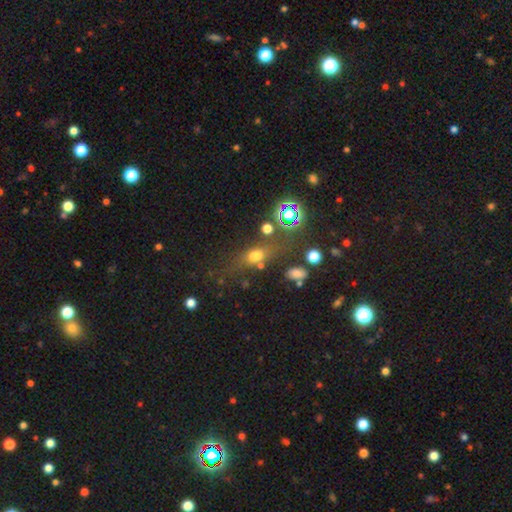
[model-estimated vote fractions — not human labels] Smooth or featured? Predicted: smooth (p=0.59). How rounded? Predicted: in between (p=0.56). Merging? Predicted: none (p=0.56).